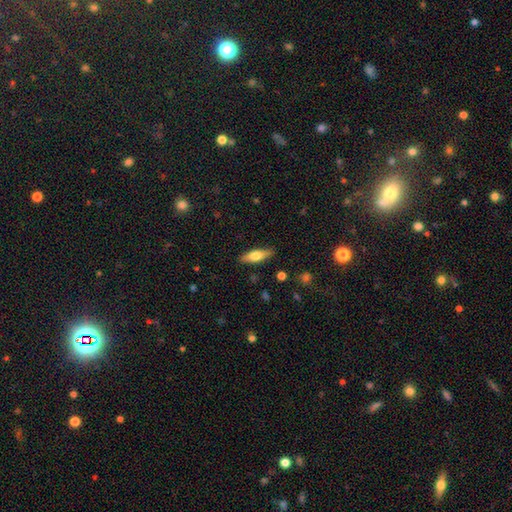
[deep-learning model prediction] This appears to be a smooth galaxy with no disk features (59%) that is cigar-shaped (52%). Merging: none (87%).